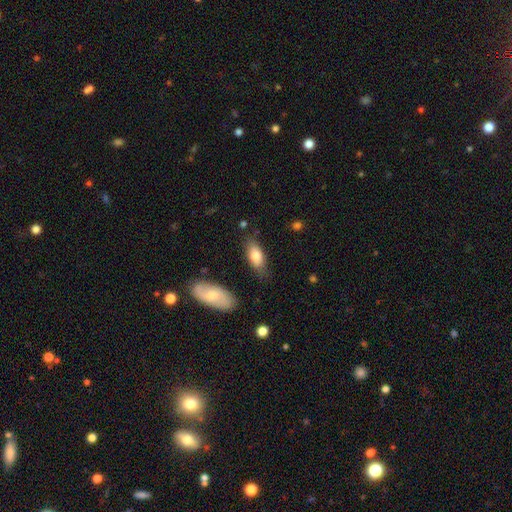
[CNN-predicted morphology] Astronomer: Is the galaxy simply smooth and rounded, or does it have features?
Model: smooth — 79%.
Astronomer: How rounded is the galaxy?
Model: in between — 84%.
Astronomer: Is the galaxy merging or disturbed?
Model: none — 74%.